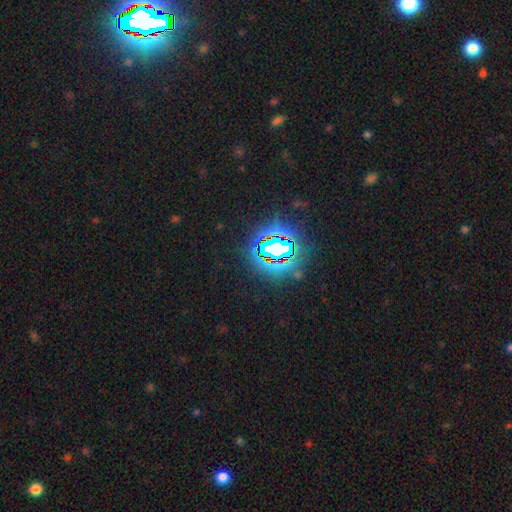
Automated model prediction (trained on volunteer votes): star or artifact 81%, smooth 12%, featured or disk 7%.